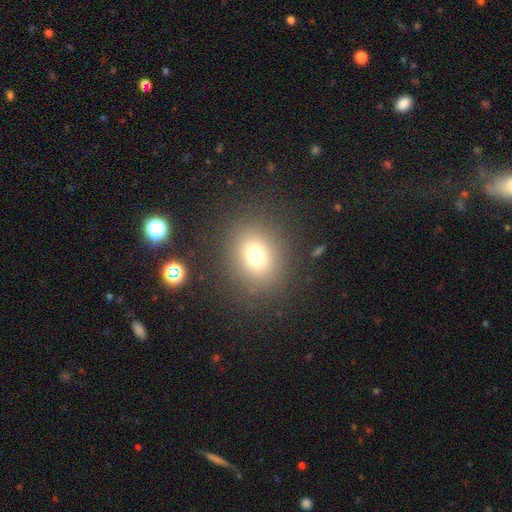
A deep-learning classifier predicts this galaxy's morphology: smooth 71%, star or artifact 18%, featured or disk 10%. Down the decision tree: how rounded — round (65%); merging — none (85%).